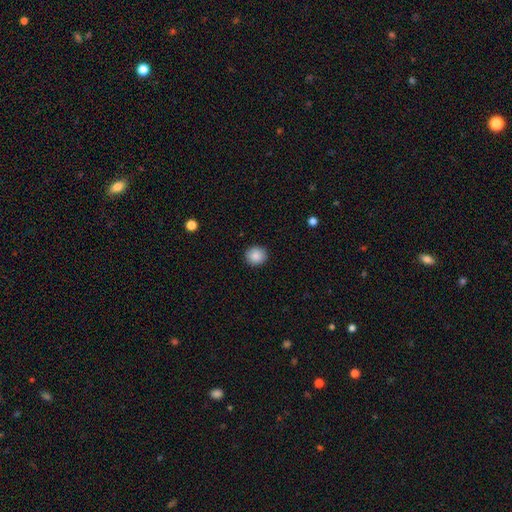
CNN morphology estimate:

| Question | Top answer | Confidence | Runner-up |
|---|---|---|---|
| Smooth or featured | smooth | 88% | star or artifact (8%) |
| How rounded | round | 89% | in between (10%) |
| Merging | none | 91% | minor disturbance (6%) |